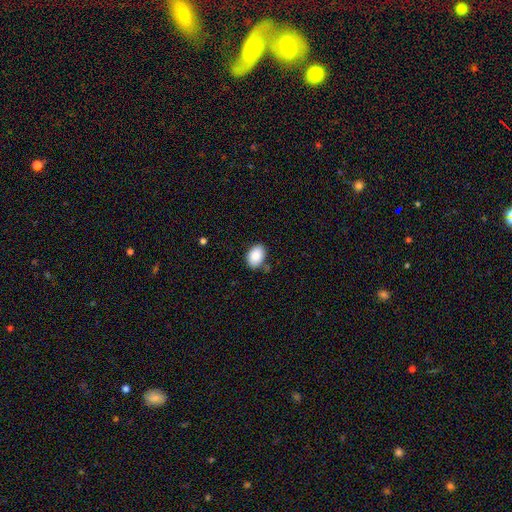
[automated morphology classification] smooth_or_featured: smooth (p=0.89) [alt: star or artifact p=0.07]
how_rounded: in between (p=0.85) [alt: round p=0.14]
merging: none (p=0.78) [alt: minor disturbance p=0.15]